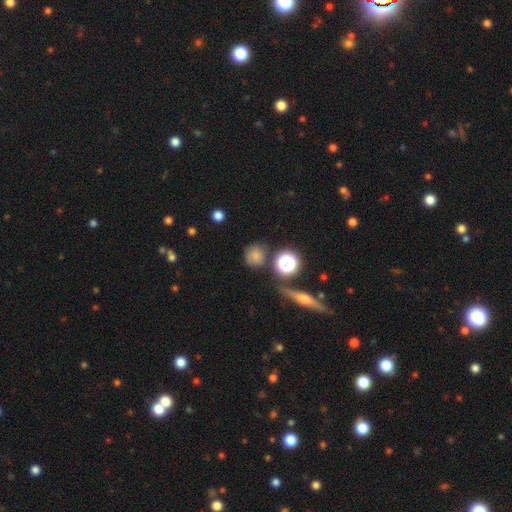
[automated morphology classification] A smooth galaxy with no disk features (69%) that is round (83%). Merging: none (73%).